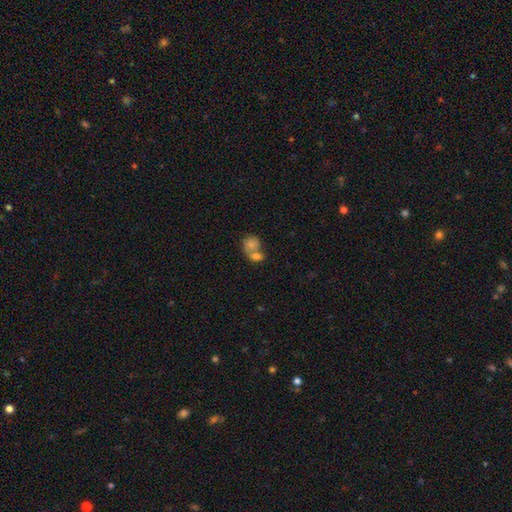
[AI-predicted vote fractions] Smooth or featured?
  - smooth: 73% *
  - featured or disk: 18%
  - star or artifact: 9%
How rounded?
  - round: 52% *
  - in between: 47%
  - cigar-shaped: 2%
Merging?
  - merger: 68% *
  - none: 21%
  - minor disturbance: 7%
  - major disturbance: 5%